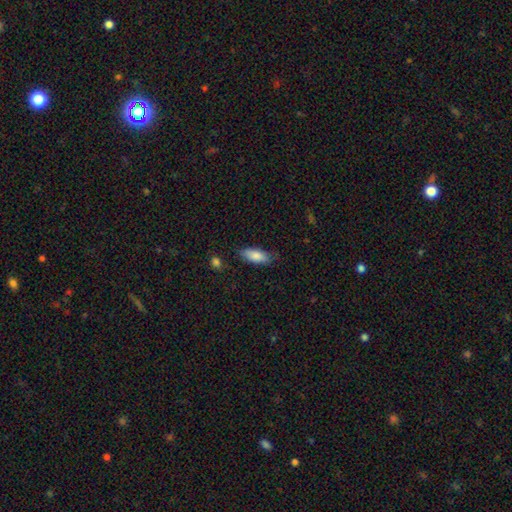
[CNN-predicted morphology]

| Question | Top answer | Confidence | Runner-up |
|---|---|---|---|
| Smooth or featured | smooth | 84% | featured or disk (10%) |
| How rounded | in between | 81% | cigar-shaped (17%) |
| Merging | none | 74% | minor disturbance (20%) |